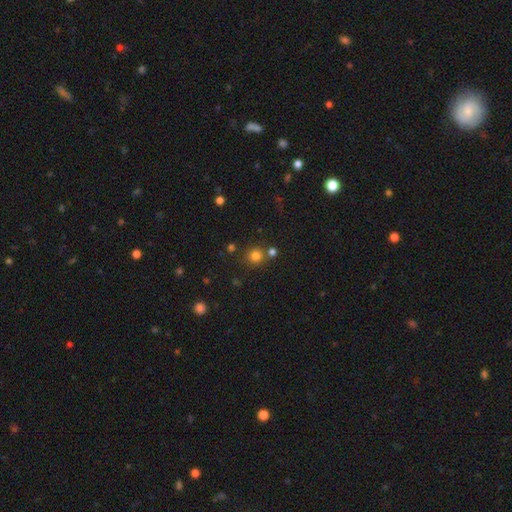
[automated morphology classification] Overall: smooth (79%). How rounded: round (92%). Merging: none (77%).